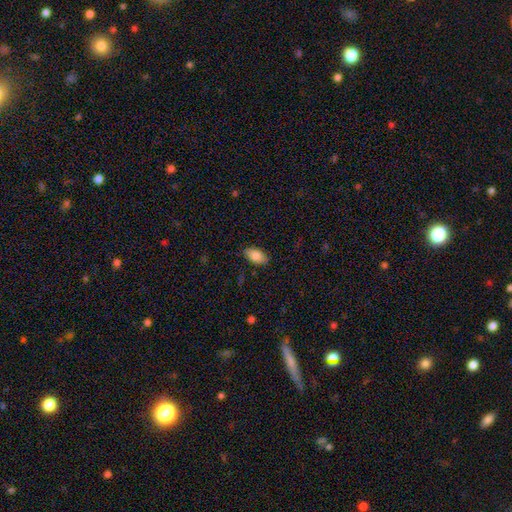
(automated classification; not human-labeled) Smooth or featured?
  - smooth: 84% *
  - featured or disk: 9%
  - star or artifact: 7%
How rounded?
  - in between: 93% *
  - round: 4%
  - cigar-shaped: 3%
Merging?
  - none: 85% *
  - minor disturbance: 11%
  - major disturbance: 2%
  - merger: 1%